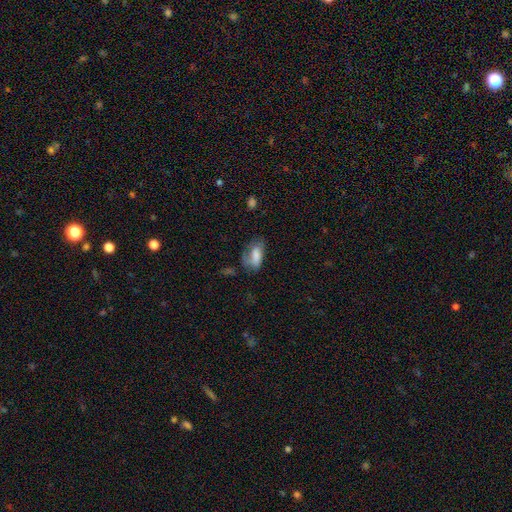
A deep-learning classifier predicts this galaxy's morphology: Smooth or featured?
  - smooth: 70% *
  - featured or disk: 22%
  - star or artifact: 8%
How rounded?
  - in between: 89% *
  - cigar-shaped: 7%
  - round: 4%
Merging?
  - none: 38% *
  - minor disturbance: 29%
  - major disturbance: 28%
  - merger: 5%